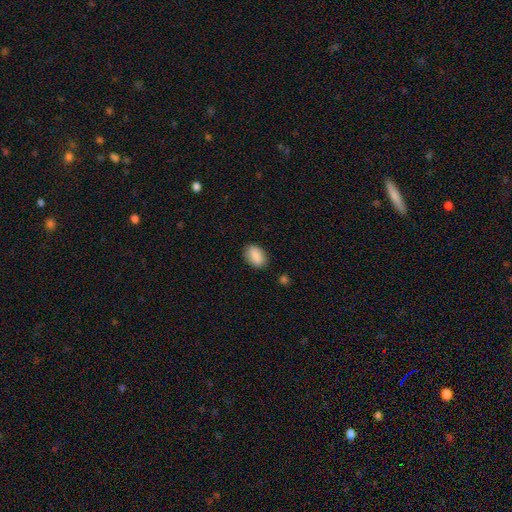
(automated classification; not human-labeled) smooth_or_featured: smooth (p=0.88) [alt: star or artifact p=0.07]
how_rounded: in between (p=0.88) [alt: round p=0.10]
merging: none (p=0.86) [alt: minor disturbance p=0.10]